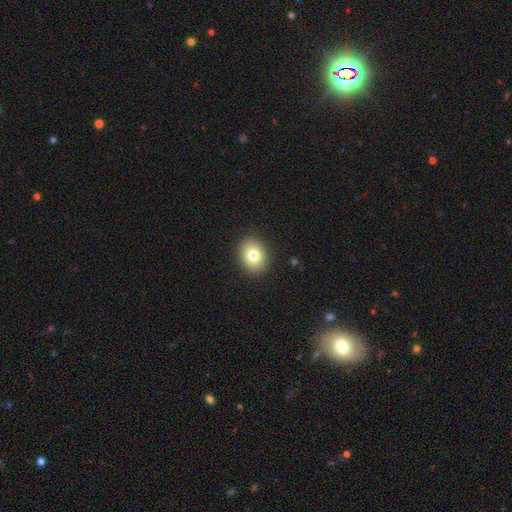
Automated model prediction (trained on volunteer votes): Smooth or featured?
  - smooth: 80% *
  - featured or disk: 10%
  - star or artifact: 9%
How rounded?
  - in between: 59% *
  - round: 40%
  - cigar-shaped: 1%
Merging?
  - none: 90% *
  - minor disturbance: 7%
  - major disturbance: 2%
  - merger: 1%